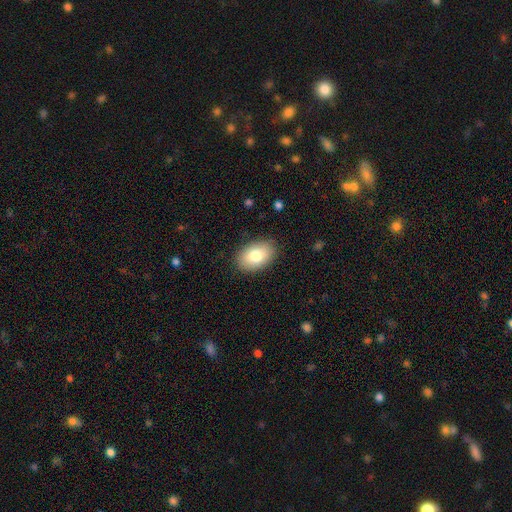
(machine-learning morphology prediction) smooth 80%, featured or disk 12%, star or artifact 7%. Down the decision tree: how rounded — in between (89%); merging — none (87%).